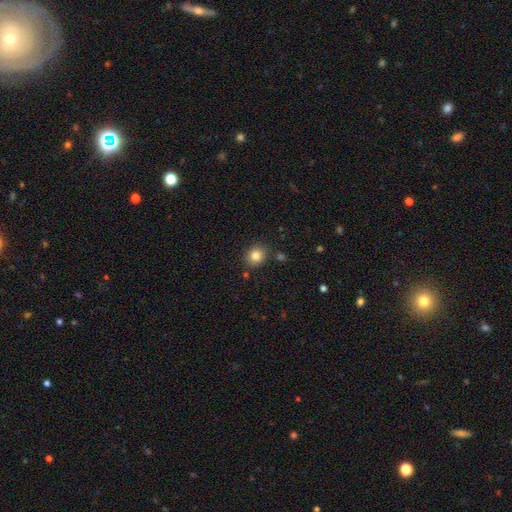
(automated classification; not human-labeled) The model was most divided on "how rounded": round: 76%, in between: 23%, cigar-shaped: 1%. More confident: merging — none (86%); smooth or featured — smooth (82%).